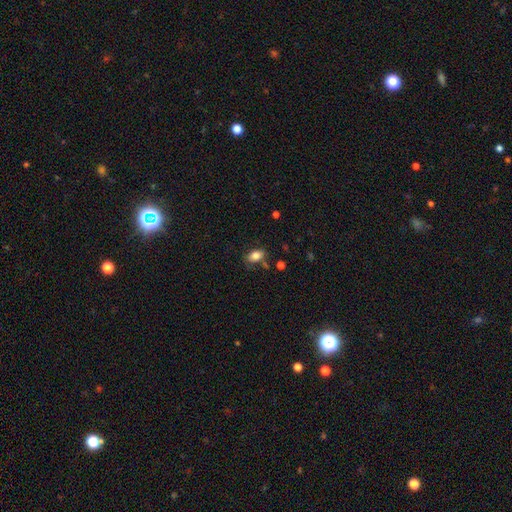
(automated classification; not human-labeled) Q: Smooth or featured?
A: smooth (79%); runner-up: featured or disk (12%)
Q: How rounded?
A: in between (88%); runner-up: round (10%)
Q: Merging?
A: none (64%); runner-up: minor disturbance (22%)